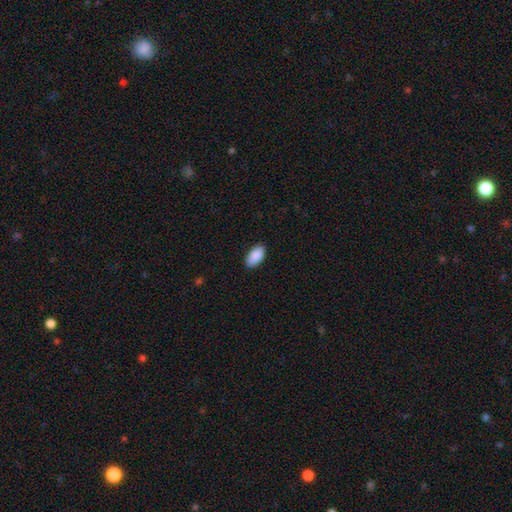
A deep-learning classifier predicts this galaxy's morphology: A smooth galaxy with no disk features (91%) that is in between round and cigar-shaped (95%).

Vote fractions:
- Smooth or featured? smooth: 91% / star or artifact: 6% / featured or disk: 3%
- How rounded? in between: 95% / round: 2% / cigar-shaped: 2%
- Merging? none: 87% / minor disturbance: 10% / major disturbance: 2% / merger: 1%